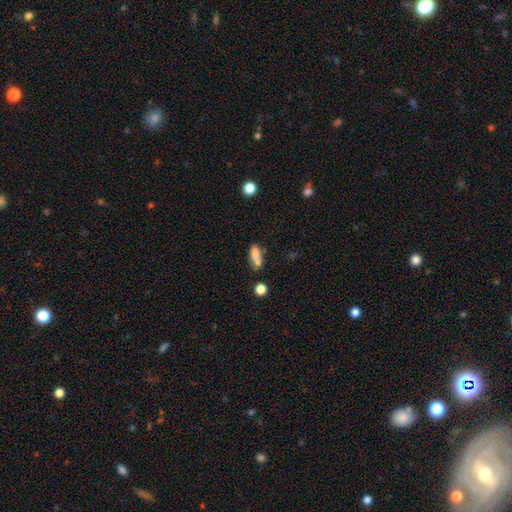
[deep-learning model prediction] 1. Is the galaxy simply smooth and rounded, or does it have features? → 77% smooth, 13% featured or disk, 10% star or artifact.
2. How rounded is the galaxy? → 73% in between, 22% cigar-shaped, 6% round.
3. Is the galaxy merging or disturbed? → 46% none, 27% merger, 19% minor disturbance, 7% major disturbance.